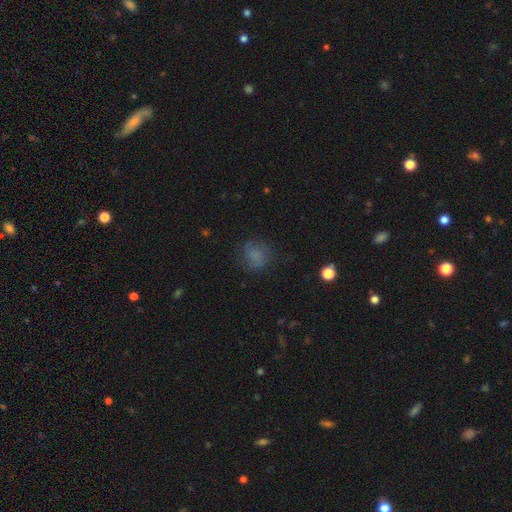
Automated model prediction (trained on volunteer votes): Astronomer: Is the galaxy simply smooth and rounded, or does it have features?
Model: smooth — 70%.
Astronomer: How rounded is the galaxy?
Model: round — 73%.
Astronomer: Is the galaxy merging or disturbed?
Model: none — 67%.